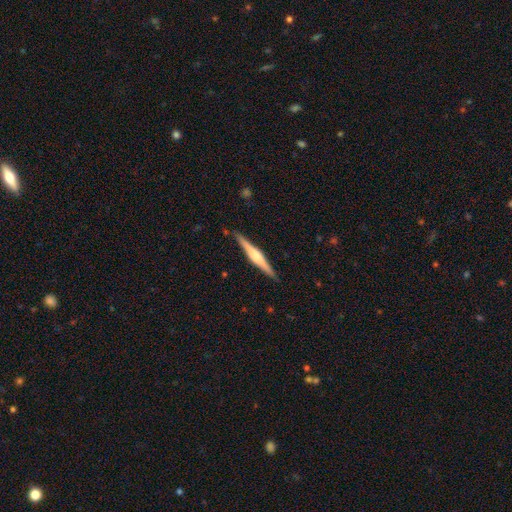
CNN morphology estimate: Overall: featured or disk (69%). Edge-on disk: yes (98%). Edge-on bulge: rounded (76%). Merging: none (89%).